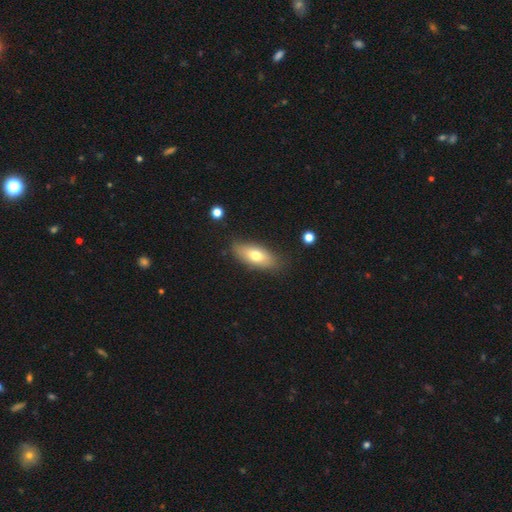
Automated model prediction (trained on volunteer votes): Q: Smooth or featured?
A: smooth (69%); runner-up: featured or disk (24%)
Q: How rounded?
A: in between (81%); runner-up: cigar-shaped (16%)
Q: Merging?
A: none (80%); runner-up: minor disturbance (14%)